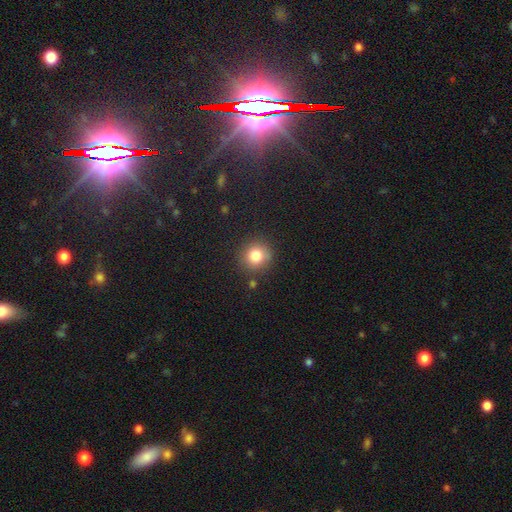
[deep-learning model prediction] smooth 81%, star or artifact 12%, featured or disk 7%. Down the decision tree: how rounded — round (90%); merging — none (85%).